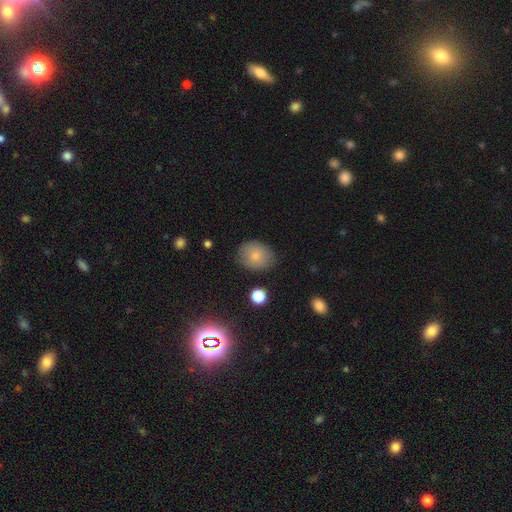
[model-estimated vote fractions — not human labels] smooth-or-featured: smooth: 80% | featured or disk: 11% | star or artifact: 9%
  how-rounded: round: 50% | in between: 49% | cigar-shaped: 1%
  merging: none: 79% | minor disturbance: 15% | major disturbance: 4% | merger: 2%